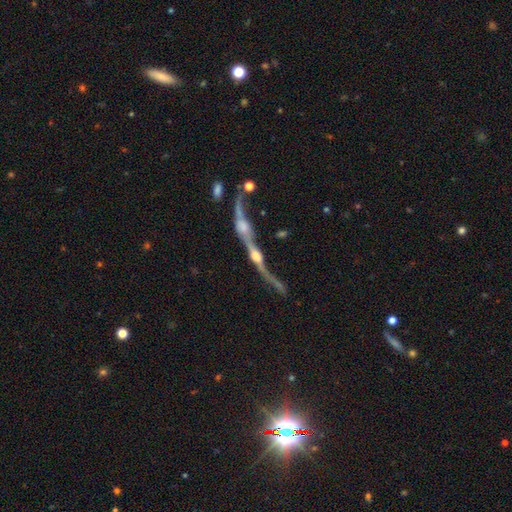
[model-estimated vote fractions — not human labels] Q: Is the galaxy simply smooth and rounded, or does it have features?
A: featured or disk — 78%.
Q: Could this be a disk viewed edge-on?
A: yes — 81%.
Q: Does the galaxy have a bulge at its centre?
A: rounded — 90%.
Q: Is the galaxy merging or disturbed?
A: merger — 50%.